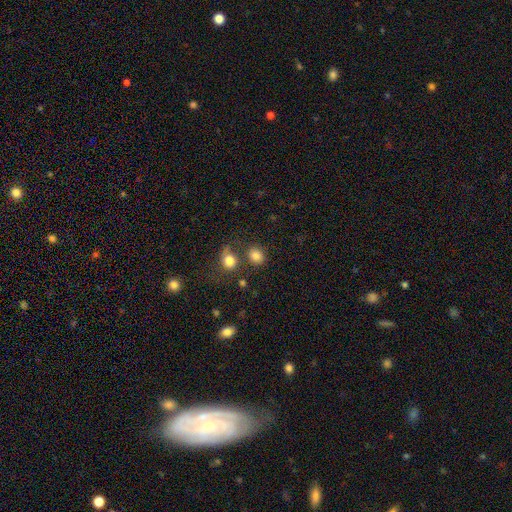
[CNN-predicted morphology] Smooth or featured? Predicted: smooth (p=0.82). How rounded? Predicted: round (p=0.58). Merging? Predicted: none (p=0.66).